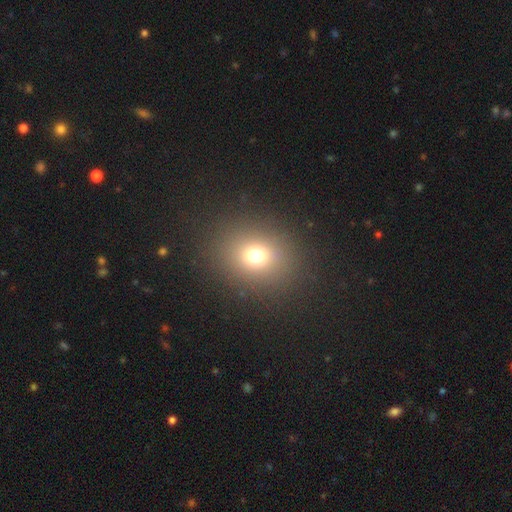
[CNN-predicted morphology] This appears to be a smooth galaxy with no disk features (71%) that is round (72%). Merging: none (87%).